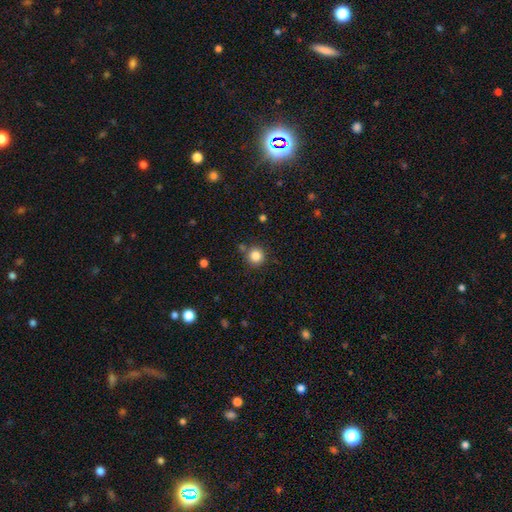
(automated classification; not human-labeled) This is clearly a smooth galaxy (83%). How rounded: clearly round (95%). Merging: clearly none (83%).